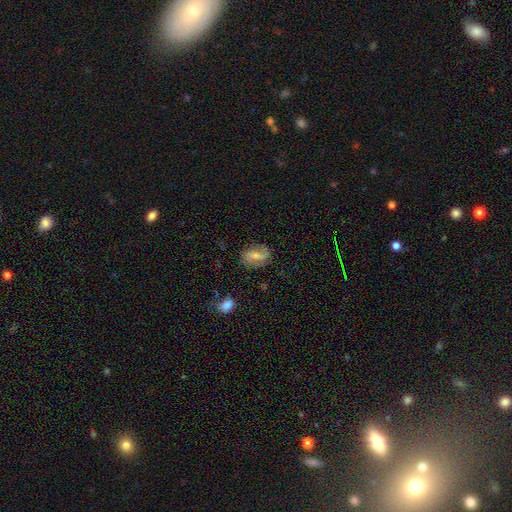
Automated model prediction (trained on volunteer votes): A featured or disk galaxy (46%, tied with smooth).

Vote fractions:
- Smooth or featured? featured or disk: 46% (tied) / smooth: 46% (tied) / star or artifact: 9%
- Merging? none: 73% / minor disturbance: 19% / major disturbance: 7% / merger: 2%